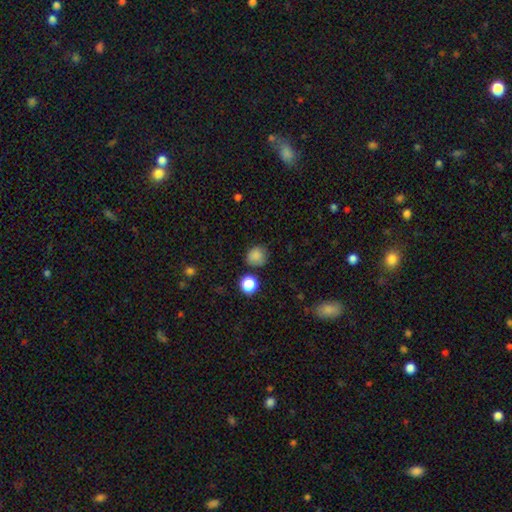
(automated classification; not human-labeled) This appears to be a smooth galaxy with no disk features (83%) that is round (86%). Merging: none (77%).